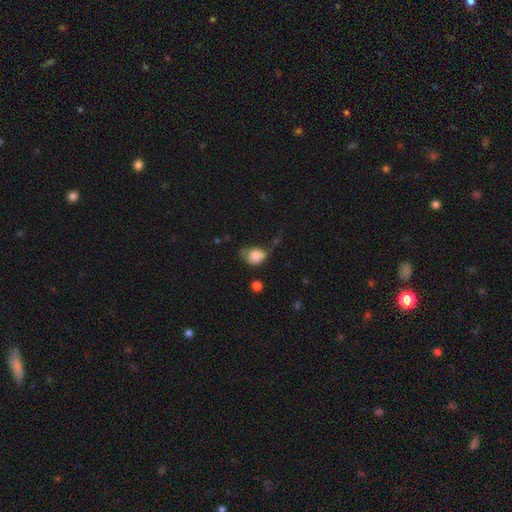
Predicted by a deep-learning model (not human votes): smooth-or-featured: smooth: 77% | featured or disk: 14% | star or artifact: 9%
  how-rounded: in between: 58% | round: 40% | cigar-shaped: 1%
  merging: minor disturbance: 37% | major disturbance: 28% | none: 27% | merger: 8%